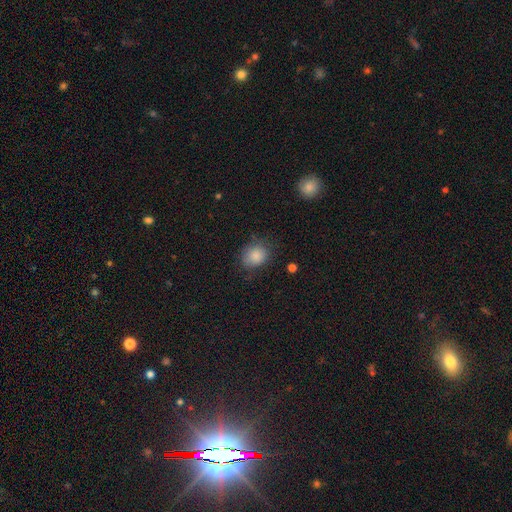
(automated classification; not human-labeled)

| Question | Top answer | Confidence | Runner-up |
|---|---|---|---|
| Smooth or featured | smooth | 86% | star or artifact (9%) |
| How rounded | round | 56% | in between (43%) |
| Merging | none | 69% | minor disturbance (23%) |